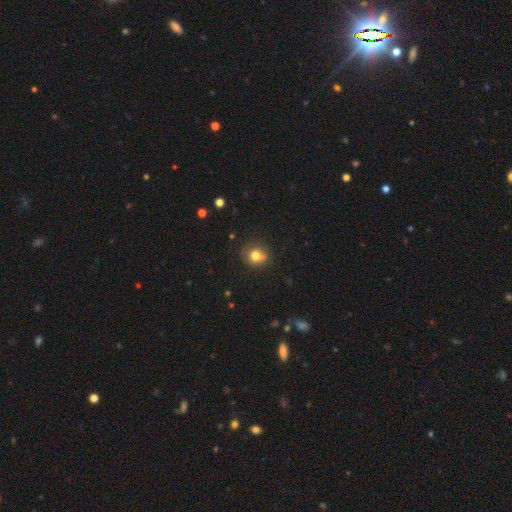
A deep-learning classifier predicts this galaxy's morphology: Smooth or featured: smooth — 79% (star or artifact — 11%)
How rounded: round — 75% (in between — 24%)
Merging: none — 78% (minor disturbance — 17%)